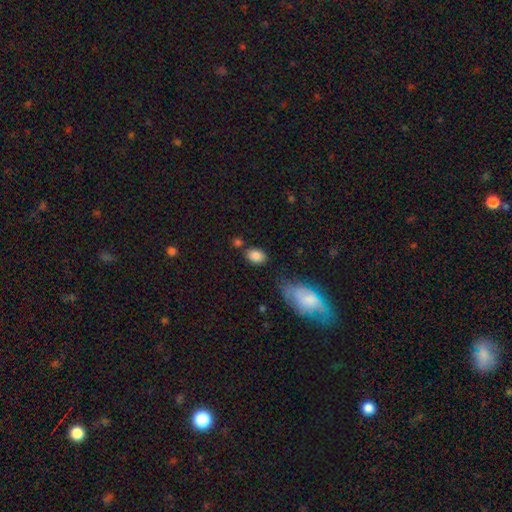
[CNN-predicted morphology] A smooth galaxy with no disk features (86%) that is in between round and cigar-shaped (78%). Merging: none (74%).